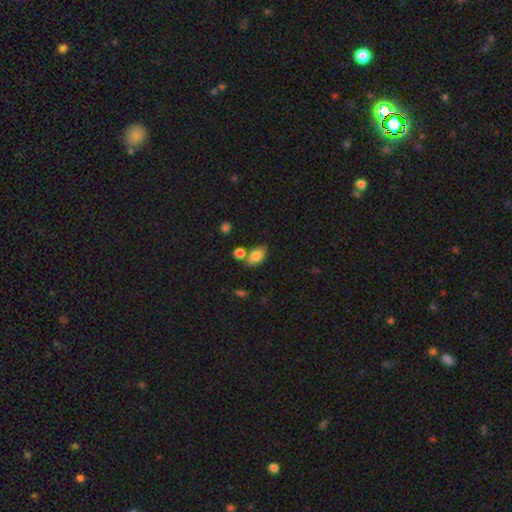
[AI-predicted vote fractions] Smooth or featured: smooth — 83% (featured or disk — 9%)
How rounded: in between — 90% (round — 8%)
Merging: none — 66% (minor disturbance — 15%)